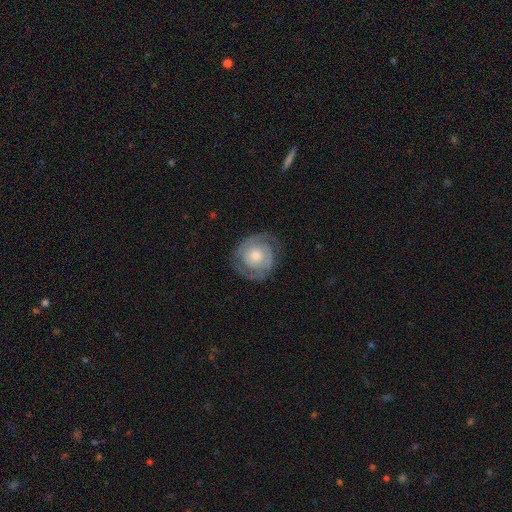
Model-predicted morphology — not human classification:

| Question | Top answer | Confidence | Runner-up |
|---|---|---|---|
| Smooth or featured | featured or disk | 64% | smooth (31%) |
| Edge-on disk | no | 97% | yes (3%) |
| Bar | no | 83% | weak (14%) |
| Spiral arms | yes | 72% | no (28%) |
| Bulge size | moderate | 55% | small (29%) |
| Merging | none | 70% | minor disturbance (20%) |